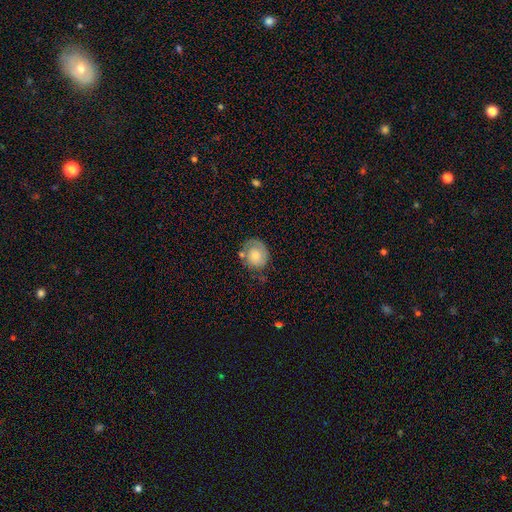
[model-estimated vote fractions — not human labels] Q: Smooth or featured?
A: smooth (61%); runner-up: featured or disk (31%)
Q: How rounded?
A: round (72%); runner-up: in between (27%)
Q: Merging?
A: none (55%); runner-up: minor disturbance (25%)